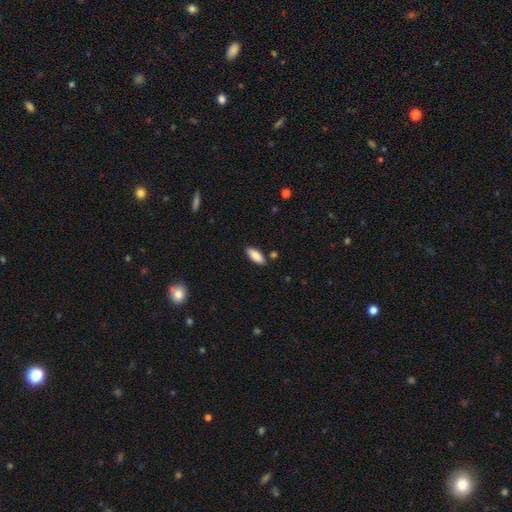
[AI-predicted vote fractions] The model was most divided on "how rounded": in between: 80%, cigar-shaped: 19%, round: 2%. More confident: smooth or featured — smooth (86%); merging — none (85%).